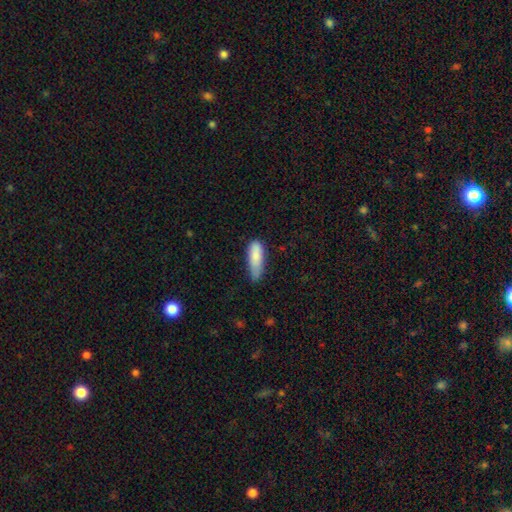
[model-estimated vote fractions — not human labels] This appears to be a smooth galaxy with no disk features (84%) that is in between round and cigar-shaped (57%). Merging: minor disturbance (44%).